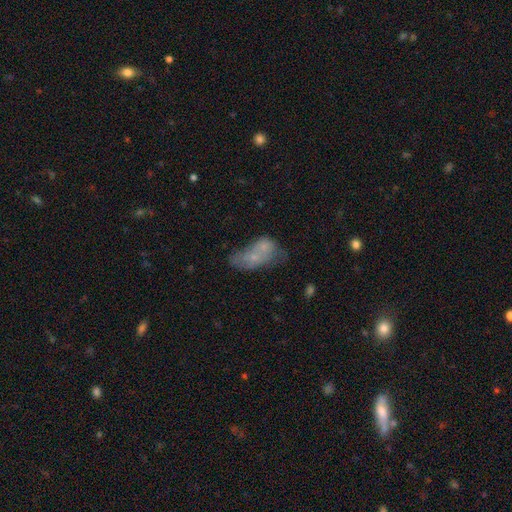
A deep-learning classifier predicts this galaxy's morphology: This appears to be a smooth galaxy with no disk features (51%) that is in between round and cigar-shaped (83%). Merging: merger (49%).